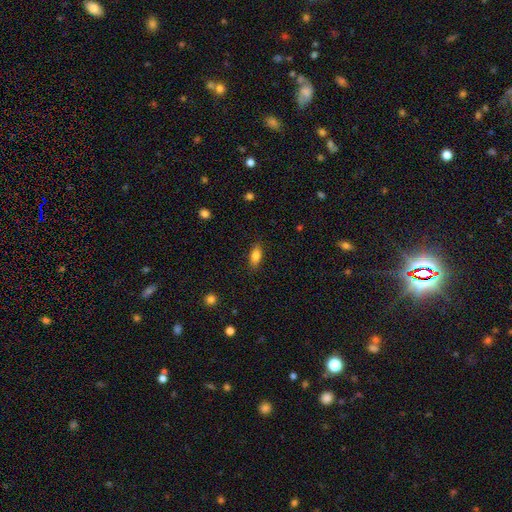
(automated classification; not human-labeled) A smooth galaxy with no disk features (82%) that is in between round and cigar-shaped (80%). Merging: none (86%).